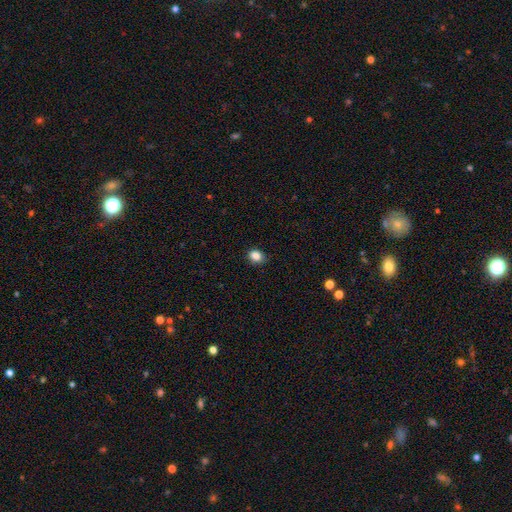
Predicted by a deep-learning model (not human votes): A smooth galaxy with no disk features (85%) that is in between round and cigar-shaped (52%). Merging: none (84%).